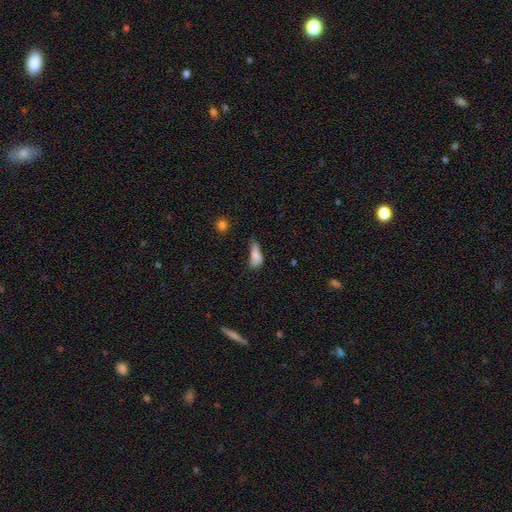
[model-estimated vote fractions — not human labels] smooth-or-featured: smooth: 80% | star or artifact: 10% | featured or disk: 10%
  how-rounded: in between: 78% | cigar-shaped: 18% | round: 4%
  merging: minor disturbance: 41% | none: 33% | major disturbance: 21% | merger: 5%